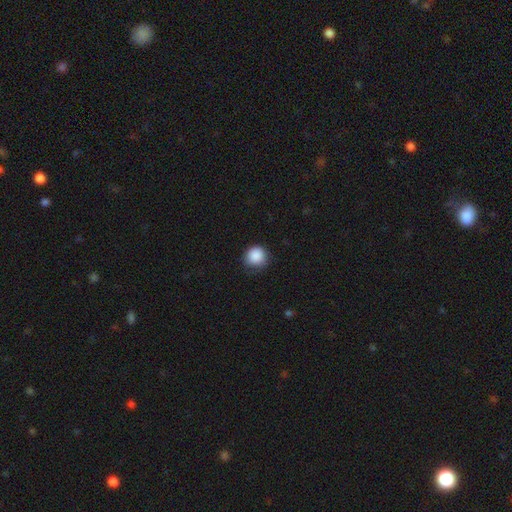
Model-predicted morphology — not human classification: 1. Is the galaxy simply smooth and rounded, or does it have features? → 88% smooth, 9% star or artifact, 3% featured or disk.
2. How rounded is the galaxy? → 91% round, 8% in between, 1% cigar-shaped.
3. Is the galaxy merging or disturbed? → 73% none, 21% minor disturbance, 4% major disturbance, 1% merger.